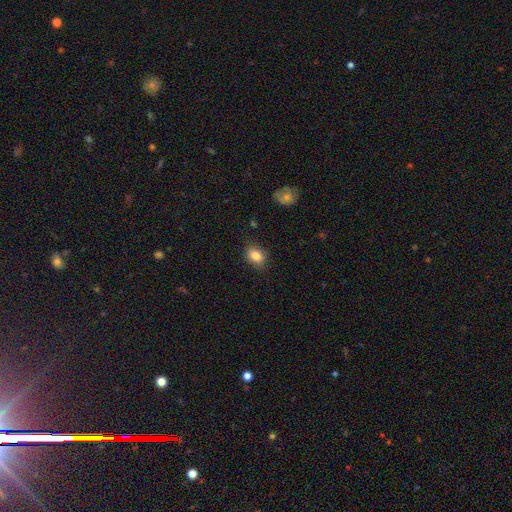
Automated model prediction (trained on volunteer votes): Smooth or featured: smooth — 84% (star or artifact — 9%)
How rounded: in between — 65% (round — 34%)
Merging: none — 83% (minor disturbance — 13%)